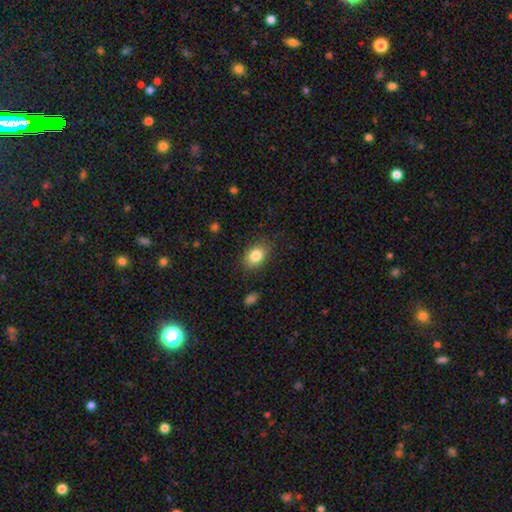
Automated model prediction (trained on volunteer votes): Q: Smooth or featured?
A: smooth (84%); runner-up: star or artifact (8%)
Q: How rounded?
A: in between (81%); runner-up: round (18%)
Q: Merging?
A: none (83%); runner-up: minor disturbance (13%)